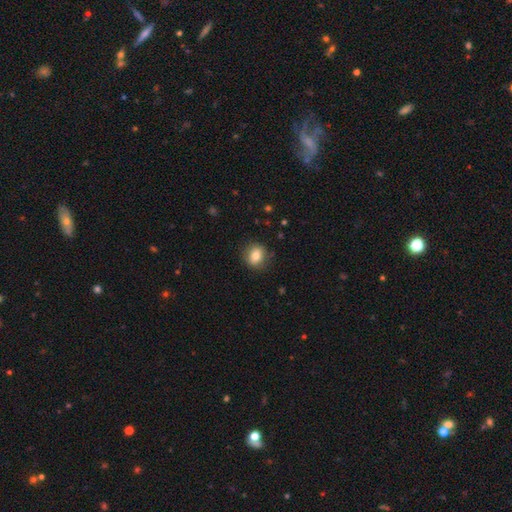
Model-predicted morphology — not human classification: Overall: smooth (77%). How rounded: round (70%). Merging: none (82%).